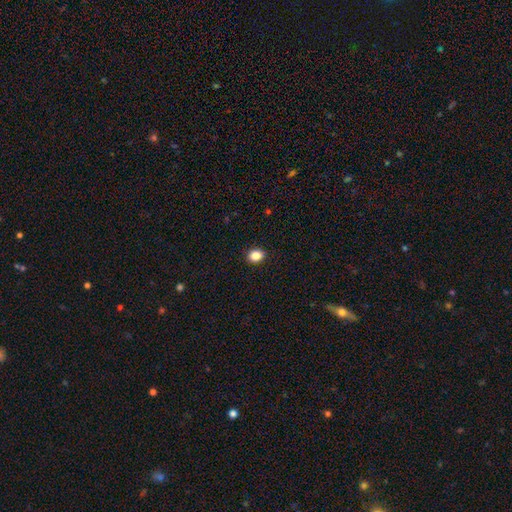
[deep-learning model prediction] A smooth galaxy with no disk features (87%) that is in between round and cigar-shaped (50%). Merging: none (90%).